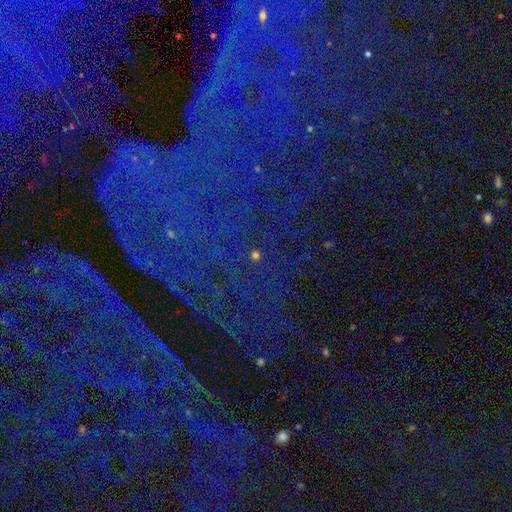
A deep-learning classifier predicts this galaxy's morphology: Smooth or featured? Predicted: star or artifact (p=0.79).